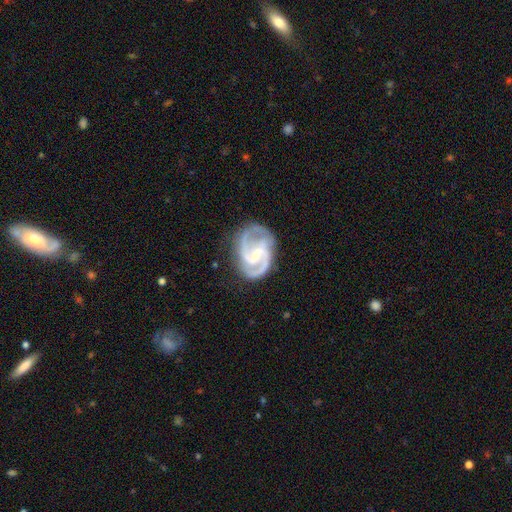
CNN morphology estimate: The model was most divided on "bar": weak: 53%, strong: 29%, no: 18%. More confident: edge-on disk — no (98%); spiral arms — yes (98%); smooth or featured — featured or disk (92%); spiral arm count — 2 (81%); merging — none (68%); bulge size — small (61%); spiral winding — medium (59%).